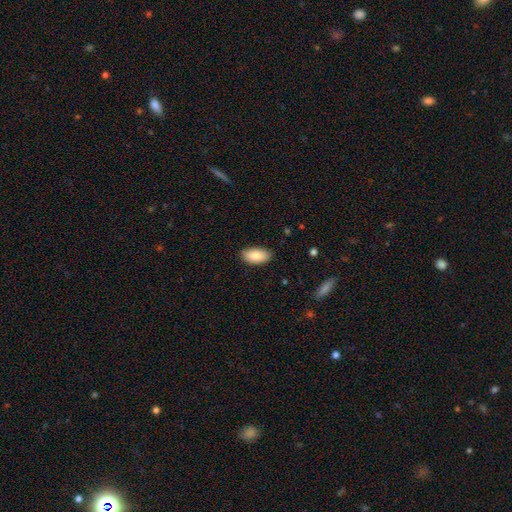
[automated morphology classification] Overall: smooth (87%). How rounded: in between (93%). Merging: none (85%).